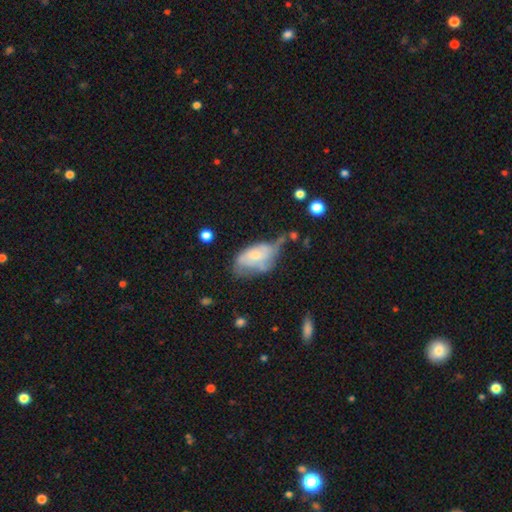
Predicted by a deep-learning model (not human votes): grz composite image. It shows a smooth galaxy with no disk features (46%, tied with featured or disk). Merging: minor disturbance (33%).